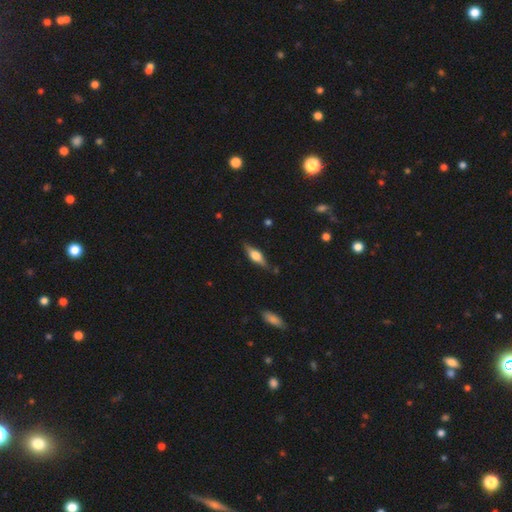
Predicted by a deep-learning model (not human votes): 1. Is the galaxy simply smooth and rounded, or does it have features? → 56% featured or disk, 38% smooth, 6% star or artifact.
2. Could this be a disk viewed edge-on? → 94% yes, 6% no.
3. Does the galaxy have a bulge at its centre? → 87% rounded, 11% boxy, 2% none.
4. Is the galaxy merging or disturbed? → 81% none, 14% minor disturbance, 3% major disturbance, 2% merger.